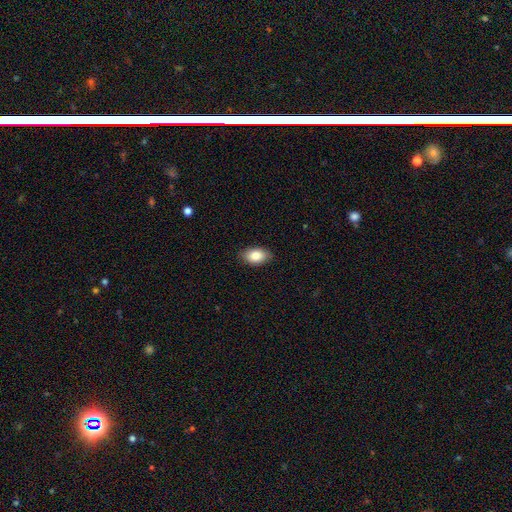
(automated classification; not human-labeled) This appears to be a smooth galaxy with no disk features (85%) that is in between round and cigar-shaped (91%). Merging: none (87%).